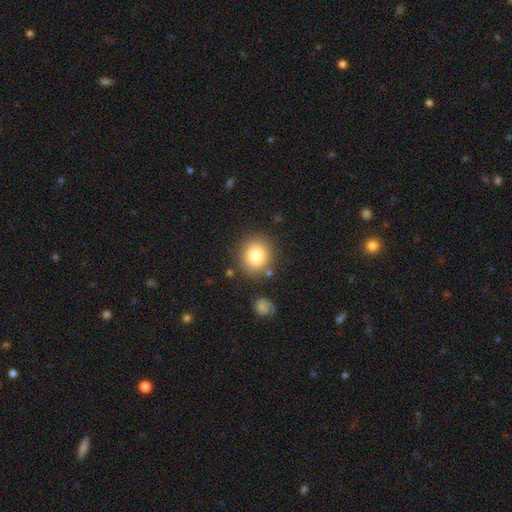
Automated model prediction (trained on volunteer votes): This appears to be a smooth galaxy with no disk features (82%) that is round (82%). Merging: none (82%).